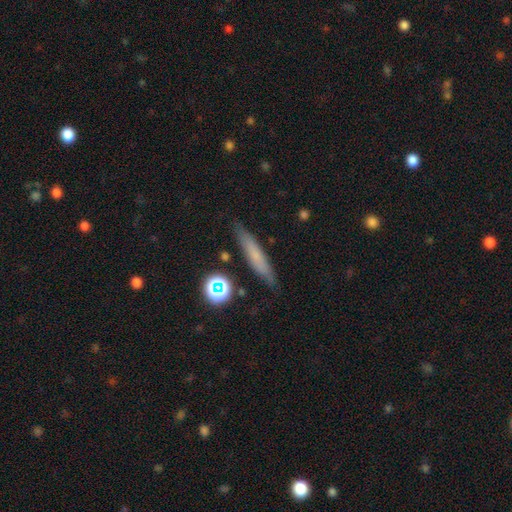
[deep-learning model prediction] Smooth or featured: smooth — 59% (featured or disk — 29%)
How rounded: cigar-shaped — 85% (in between — 10%)
Merging: none — 82% (minor disturbance — 13%)